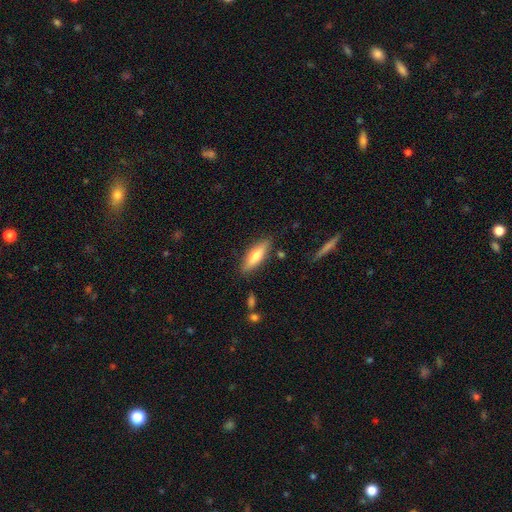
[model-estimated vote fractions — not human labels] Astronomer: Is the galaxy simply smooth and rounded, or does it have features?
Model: smooth — 62%.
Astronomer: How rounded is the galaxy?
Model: cigar-shaped — 57% (runner-up: in between, 41%).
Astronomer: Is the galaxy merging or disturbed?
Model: none — 84%.